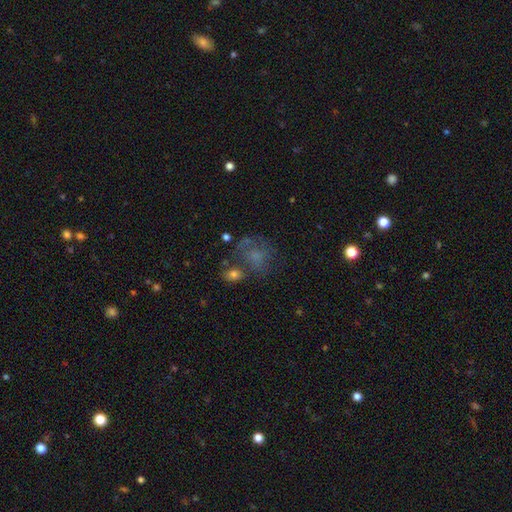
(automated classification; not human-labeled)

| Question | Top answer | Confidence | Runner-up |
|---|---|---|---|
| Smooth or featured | smooth | 45% | featured or disk (35%) |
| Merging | none | 42% | major disturbance (26%) |